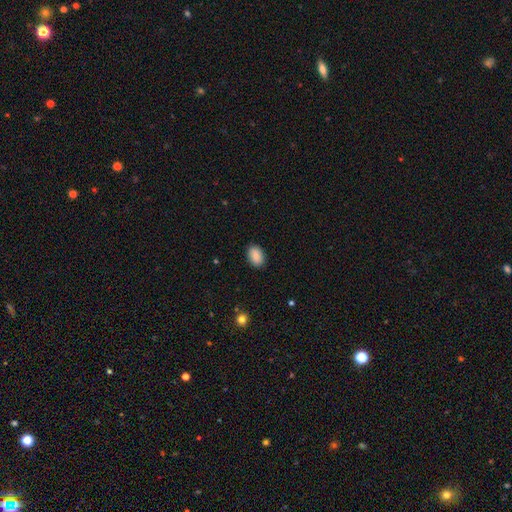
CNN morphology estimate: This is clearly a smooth galaxy (88%). How rounded: clearly in between (85%). Merging: clearly none (89%).